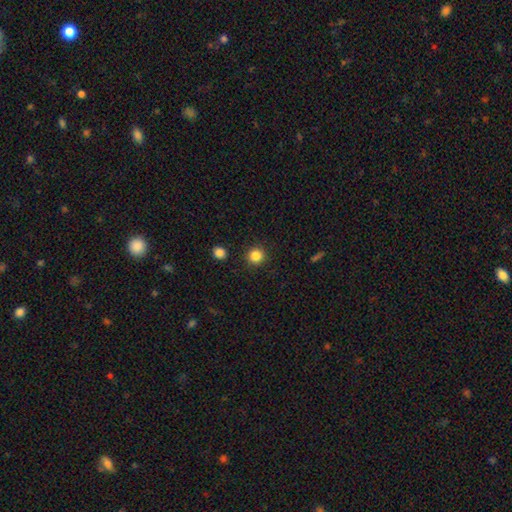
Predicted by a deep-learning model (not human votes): Smooth or featured: smooth — 85% (star or artifact — 11%)
How rounded: round — 94% (in between — 5%)
Merging: none — 91% (minor disturbance — 5%)